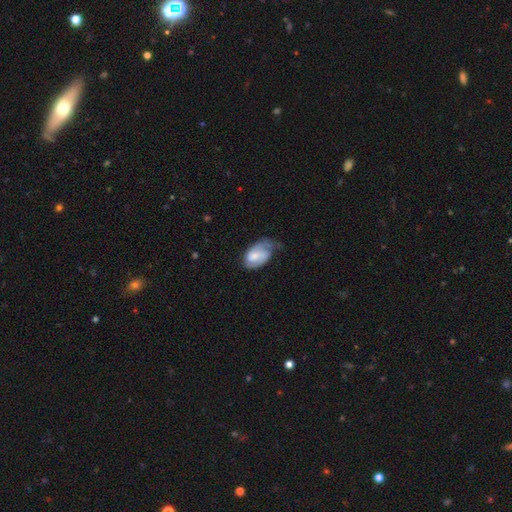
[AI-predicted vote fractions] A featured or disk galaxy (51%).

Vote fractions:
- Smooth or featured? featured or disk: 51% / smooth: 43% / star or artifact: 7%
- Edge-on disk? no: 96% / yes: 4%
- Merging? minor disturbance: 36% / none: 32% / major disturbance: 29% / merger: 2%